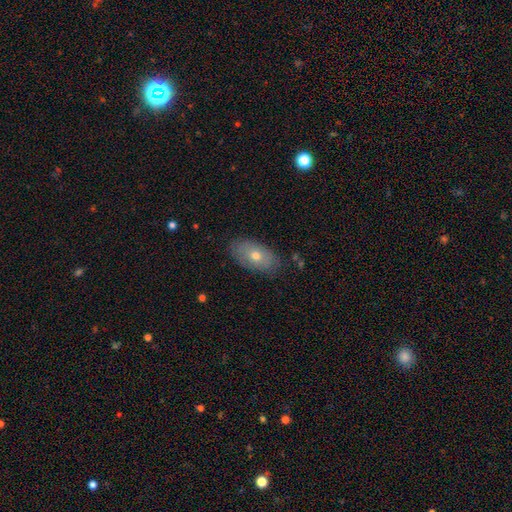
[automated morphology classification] Overall: smooth (63%; featured or disk 29%). How rounded: in between (91%). Merging: none (82%).